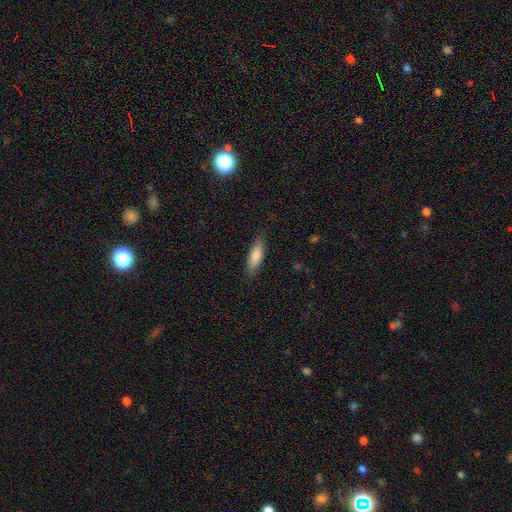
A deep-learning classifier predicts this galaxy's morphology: A smooth galaxy with no disk features (83%) that is cigar-shaped (53%).

Vote fractions:
- Smooth or featured? smooth: 83% / featured or disk: 12% / star or artifact: 6%
- How rounded? cigar-shaped: 53% / in between: 46% / round: 2%
- Merging? none: 85% / minor disturbance: 11% / major disturbance: 3% / merger: 1%